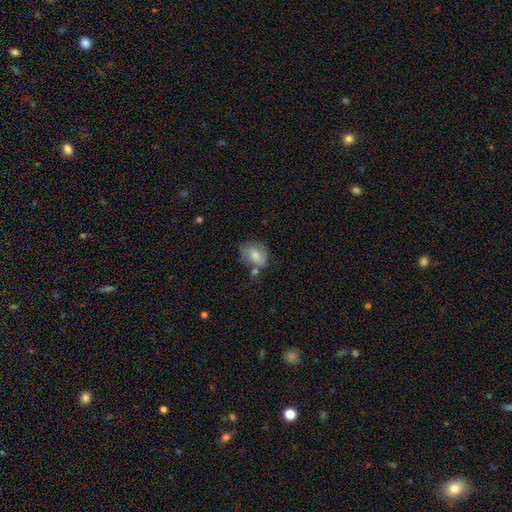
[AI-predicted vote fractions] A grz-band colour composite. It shows a smooth galaxy with no disk features (64%) that is in between round and cigar-shaped (64%). Merging: none (45%).